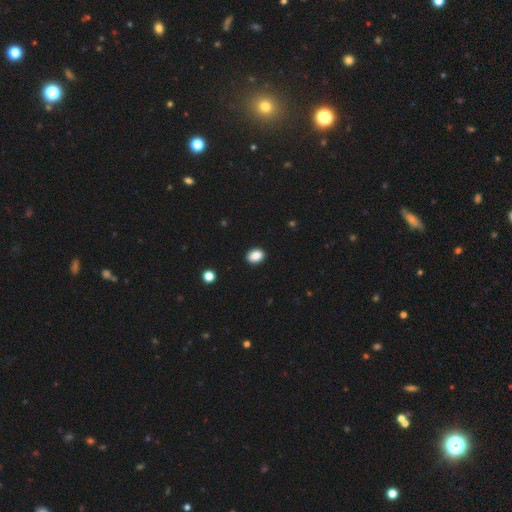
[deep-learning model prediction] Smooth or featured: smooth — 88% (star or artifact — 9%)
How rounded: in between — 73% (round — 26%)
Merging: none — 91% (minor disturbance — 7%)